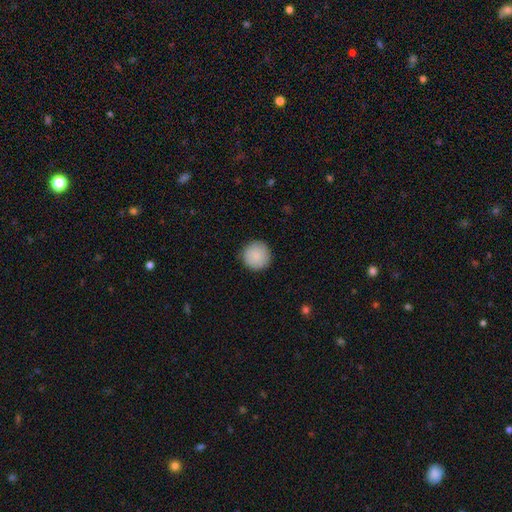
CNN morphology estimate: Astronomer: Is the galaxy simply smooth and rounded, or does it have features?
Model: smooth — 89%.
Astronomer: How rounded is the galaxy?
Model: round — 96%.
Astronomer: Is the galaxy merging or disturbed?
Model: none — 90%.